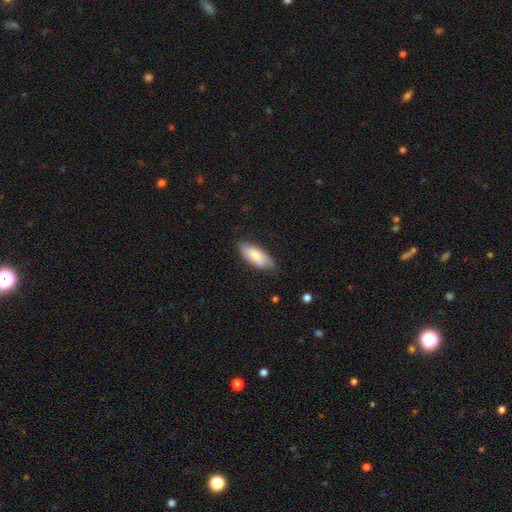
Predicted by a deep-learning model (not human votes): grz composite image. It shows a smooth galaxy with no disk features (79%) that is in between round and cigar-shaped (84%). Merging: none (79%).